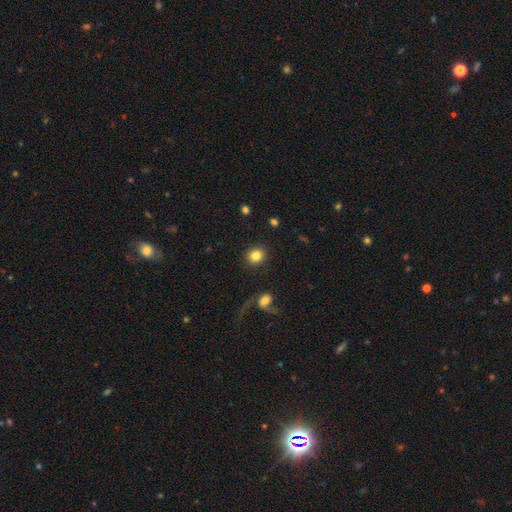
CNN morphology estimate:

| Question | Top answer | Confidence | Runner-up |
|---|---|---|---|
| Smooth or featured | smooth | 84% | star or artifact (9%) |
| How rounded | round | 85% | in between (14%) |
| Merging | none | 90% | minor disturbance (5%) |